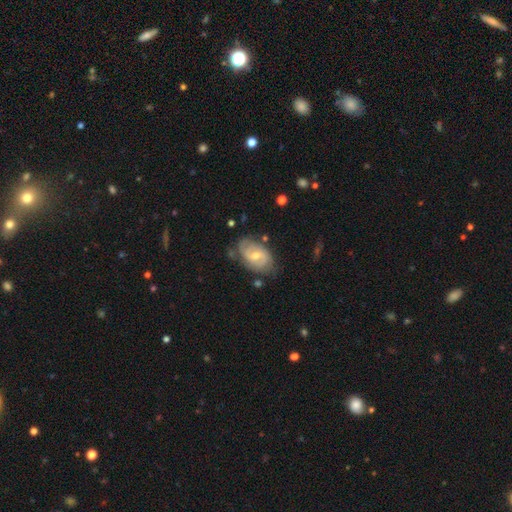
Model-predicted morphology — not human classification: The model was most divided on "spiral winding": tight: 49%, medium: 38%, loose: 12%. More confident: edge-on disk — no (97%); spiral arms — yes (92%); smooth or featured — featured or disk (78%); merging — none (68%); spiral arm count — 2 (67%); bulge size — moderate (57%); bar — weak (54%).